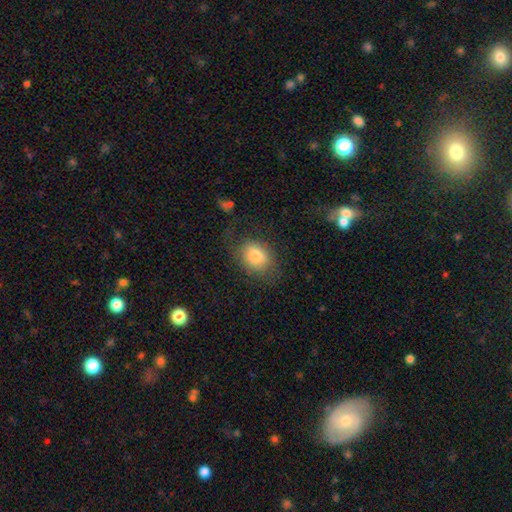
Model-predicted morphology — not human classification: Smooth or featured? smooth (78%)
How rounded? in between (63%)
Merging? none (58%)